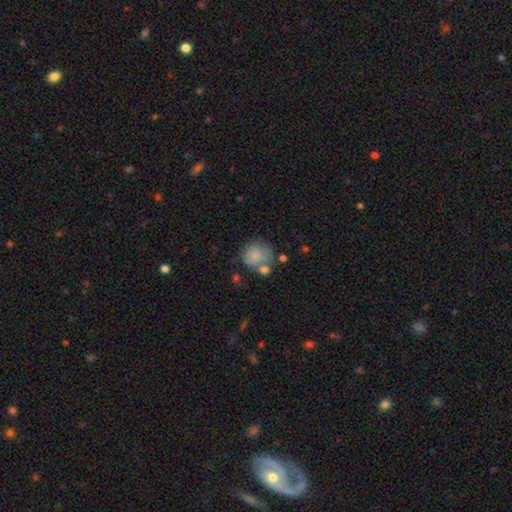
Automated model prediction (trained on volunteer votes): smooth-or-featured: smooth: 79% | featured or disk: 13% | star or artifact: 8%
  how-rounded: round: 78% | in between: 21% | cigar-shaped: 1%
  merging: none: 48% | merger: 22% | minor disturbance: 20% | major disturbance: 10%